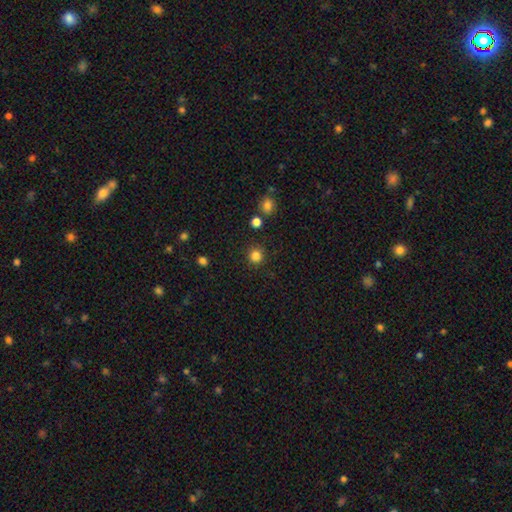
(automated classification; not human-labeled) smooth-or-featured: smooth: 84% | star or artifact: 13% | featured or disk: 4%
  how-rounded: round: 93% | in between: 6% | cigar-shaped: 1%
  merging: none: 89% | minor disturbance: 6% | major disturbance: 2% | merger: 2%